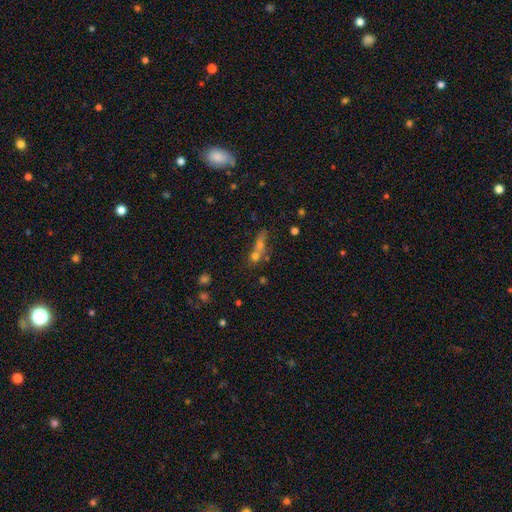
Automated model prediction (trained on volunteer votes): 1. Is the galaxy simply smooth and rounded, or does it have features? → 59% smooth, 22% featured or disk, 19% star or artifact.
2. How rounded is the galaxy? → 47% round, 32% in between, 21% cigar-shaped.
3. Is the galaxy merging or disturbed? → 47% merger, 34% none, 10% minor disturbance, 9% major disturbance.